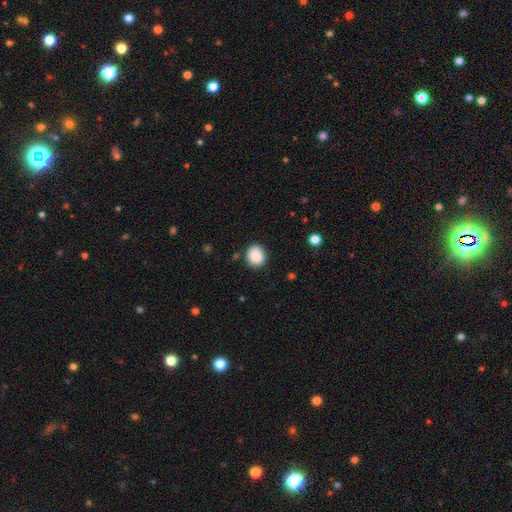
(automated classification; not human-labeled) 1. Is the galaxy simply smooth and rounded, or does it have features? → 87% smooth, 8% star or artifact, 4% featured or disk.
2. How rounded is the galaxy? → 80% round, 19% in between, 1% cigar-shaped.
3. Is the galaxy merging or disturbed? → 84% none, 11% minor disturbance, 3% major disturbance, 2% merger.